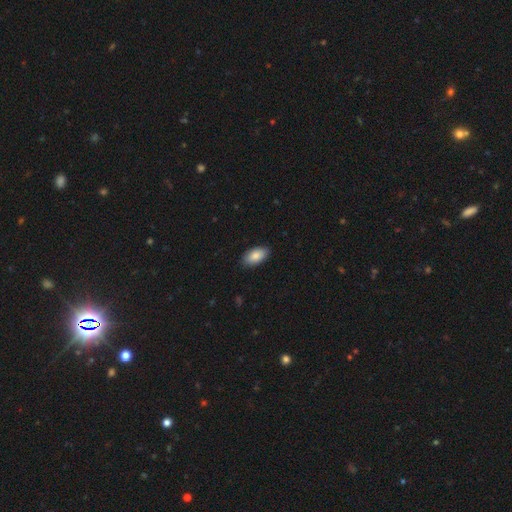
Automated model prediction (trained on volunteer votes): This appears to be a smooth galaxy with no disk features (86%) that is in between round and cigar-shaped (94%). Merging: none (87%).